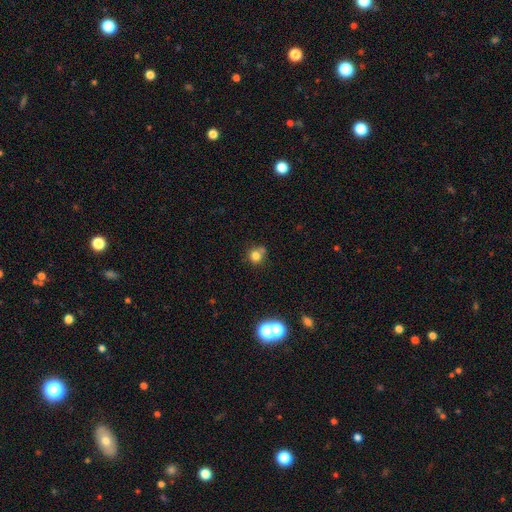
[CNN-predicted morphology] Smooth or featured: smooth — 77% (star or artifact — 14%)
How rounded: round — 89% (in between — 10%)
Merging: none — 61% (merger — 20%)